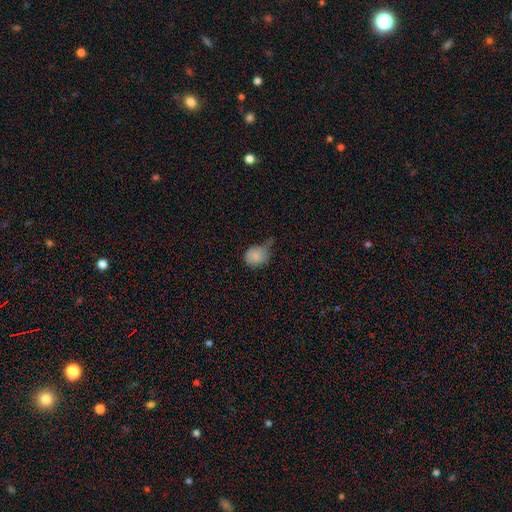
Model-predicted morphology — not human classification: Smooth or featured? Predicted: smooth (p=0.79). How rounded? Predicted: round (p=0.67). Merging? Predicted: minor disturbance (p=0.41).